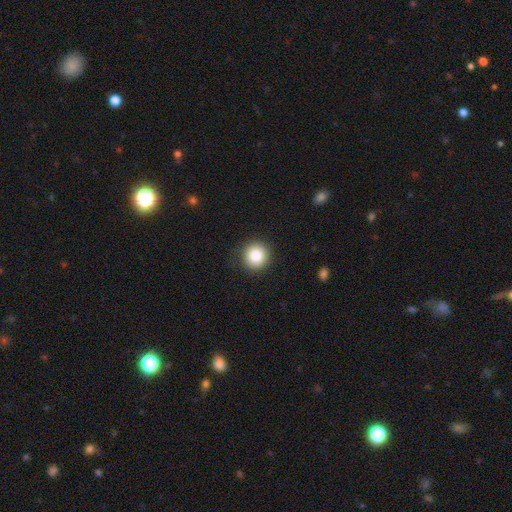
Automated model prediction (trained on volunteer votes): Overall: smooth (86%). How rounded: round (93%). Merging: none (90%).